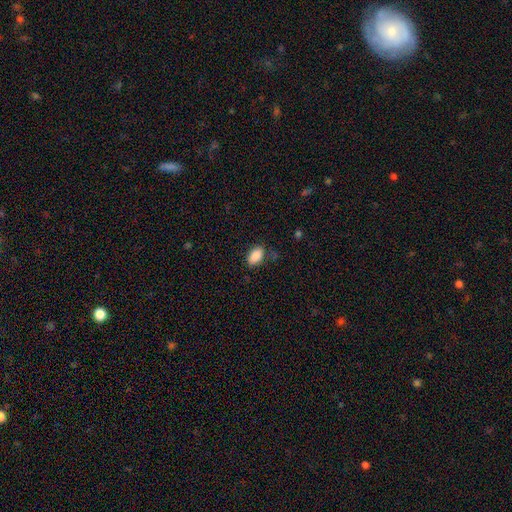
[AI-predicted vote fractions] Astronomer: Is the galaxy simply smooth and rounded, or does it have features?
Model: smooth — 88%.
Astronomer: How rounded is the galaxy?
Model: in between — 92%.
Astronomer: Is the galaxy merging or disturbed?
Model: none — 80%.